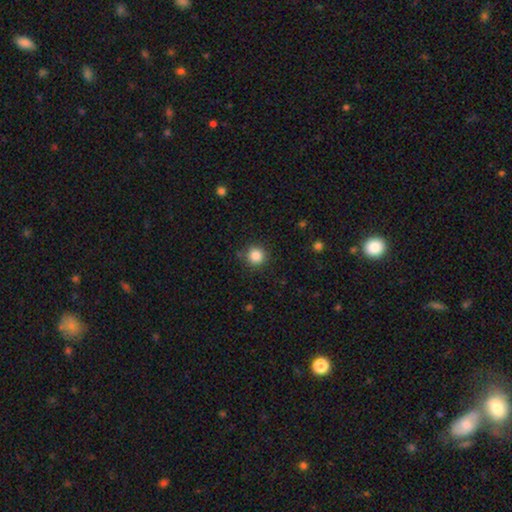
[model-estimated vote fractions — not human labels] smooth_or_featured: smooth (p=0.85) [alt: star or artifact p=0.11]
how_rounded: round (p=0.94) [alt: in between p=0.05]
merging: none (p=0.88) [alt: minor disturbance p=0.08]